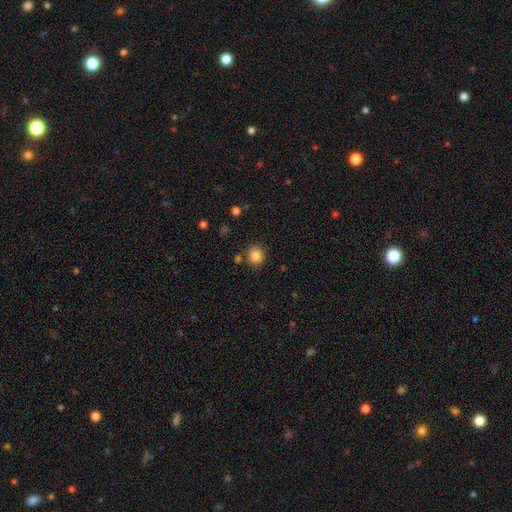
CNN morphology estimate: Smooth or featured? Predicted: smooth (p=0.86). How rounded? Predicted: round (p=0.90). Merging? Predicted: none (p=0.84).